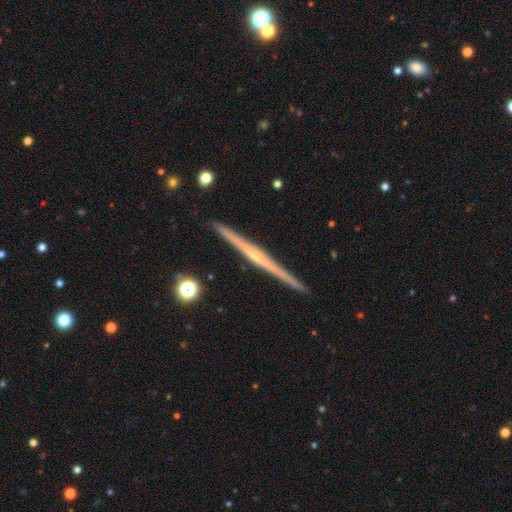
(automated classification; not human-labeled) Smooth or featured? featured or disk (79%)
Edge-on disk? yes (98%)
Edge-on bulge? rounded (49%)
Merging? none (92%)